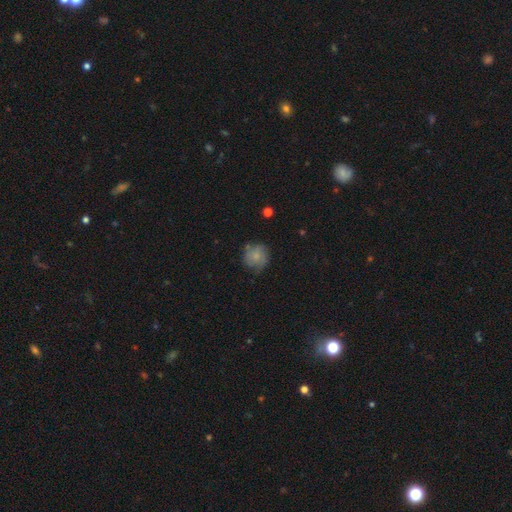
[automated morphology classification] This is likely a smooth galaxy (64%). How rounded: clearly round (87%). Merging: likely none (64%).